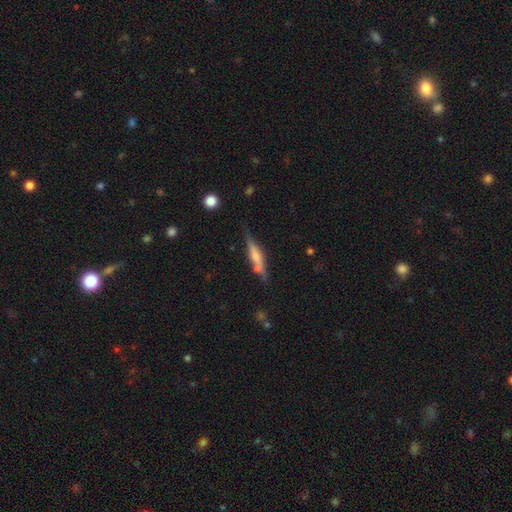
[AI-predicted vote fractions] A featured or disk galaxy (49%). Merging: none (69%).